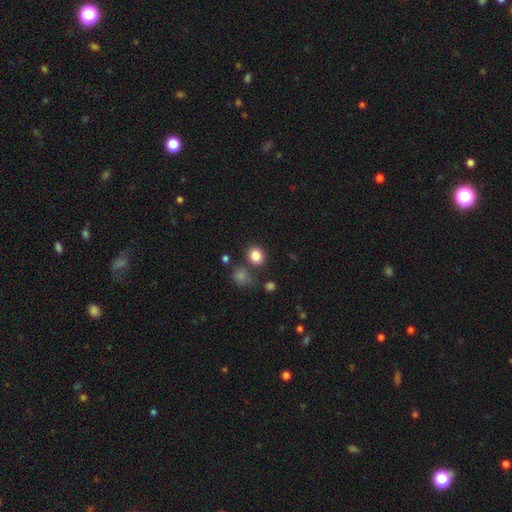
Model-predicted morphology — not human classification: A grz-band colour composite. It shows a smooth galaxy with no disk features (84%) that is round (72%). Merging: none (74%).